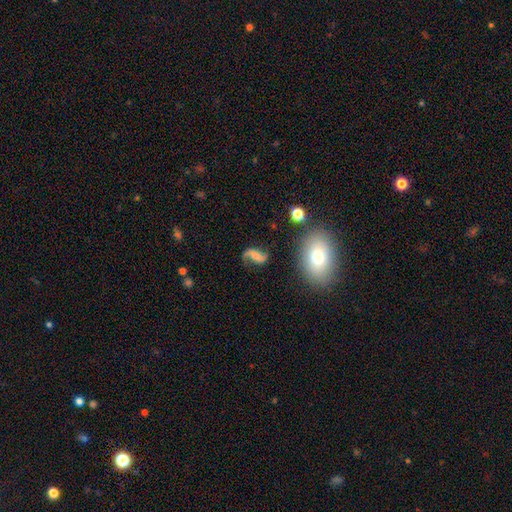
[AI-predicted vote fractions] Overall: featured or disk (71%). Edge-on disk: no (96%). Bar: no (39%, tied with weak). Spiral arms: yes (92%). Spiral arm count: 2 (90%). Spiral winding: loose (79%). Bulge size: small (35%; none 33%). Merging: none (68%).